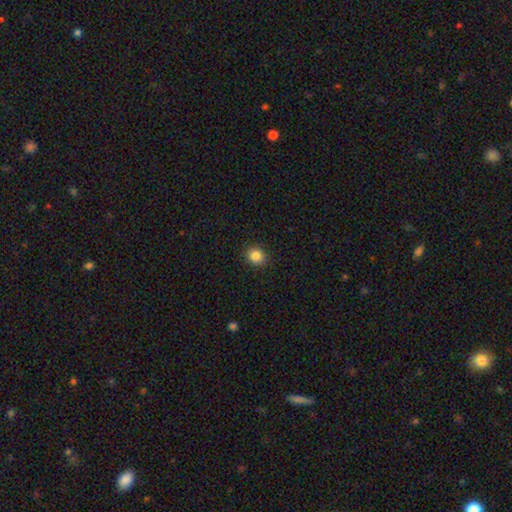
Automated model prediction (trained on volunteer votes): Morphology: type=smooth (86%); roundness=round (76%); merging=none (91%).